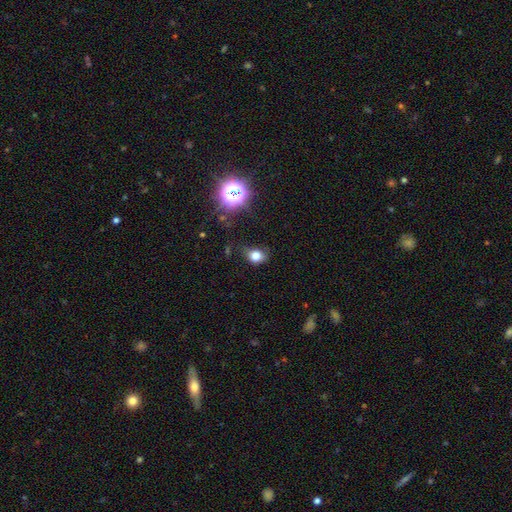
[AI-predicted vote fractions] Morphology: type=smooth (74%); roundness=in between (54%); merging=none (65%).